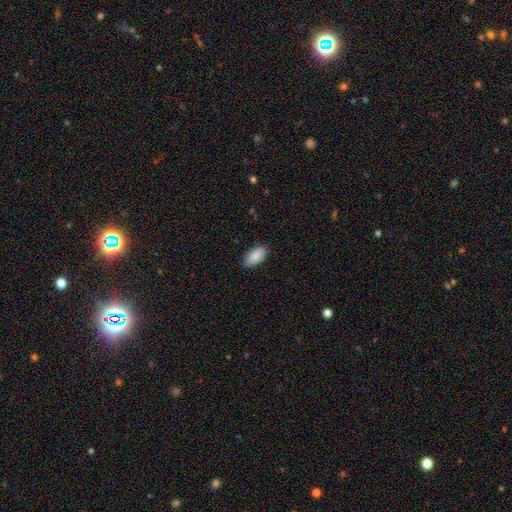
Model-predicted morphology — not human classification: type=smooth (89%); roundness=in between (94%); merging=none (87%).